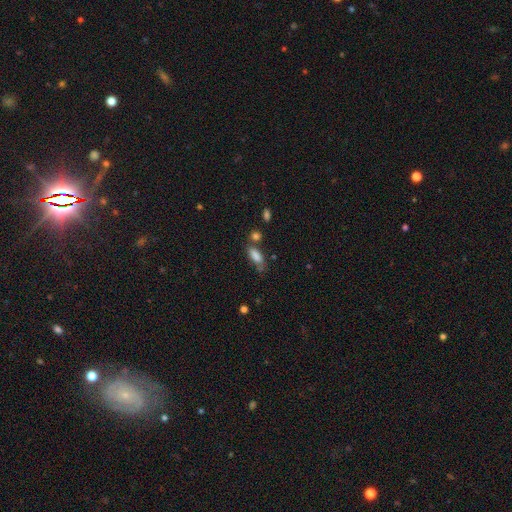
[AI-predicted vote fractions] Morphology: type=smooth (82%); roundness=in between (74%); merging=none (54%).